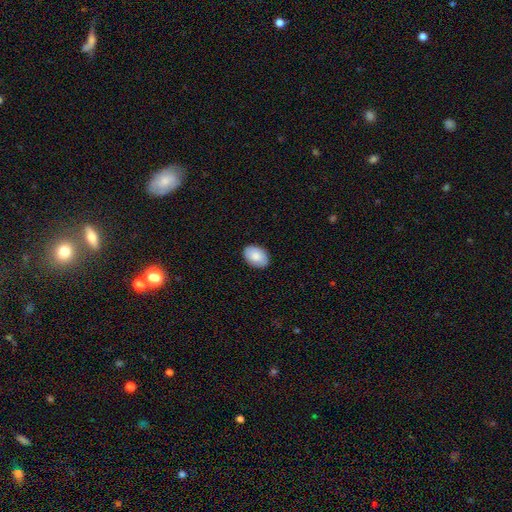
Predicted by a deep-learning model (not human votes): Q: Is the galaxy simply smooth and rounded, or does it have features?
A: smooth — 85%.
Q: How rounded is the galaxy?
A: in between — 87%.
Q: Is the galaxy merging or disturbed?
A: none — 88%.